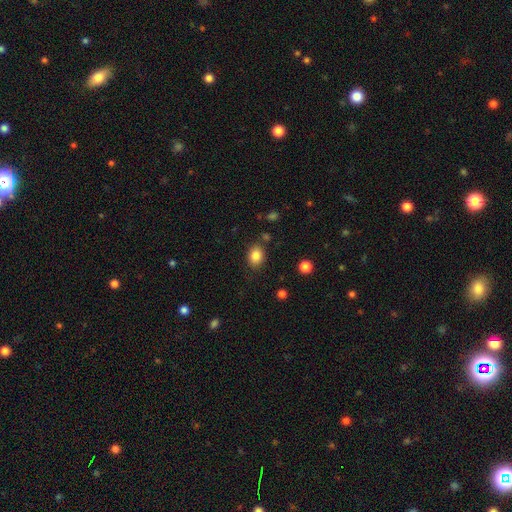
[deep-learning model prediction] Smooth or featured? smooth (85%)
How rounded? in between (63%)
Merging? none (82%)